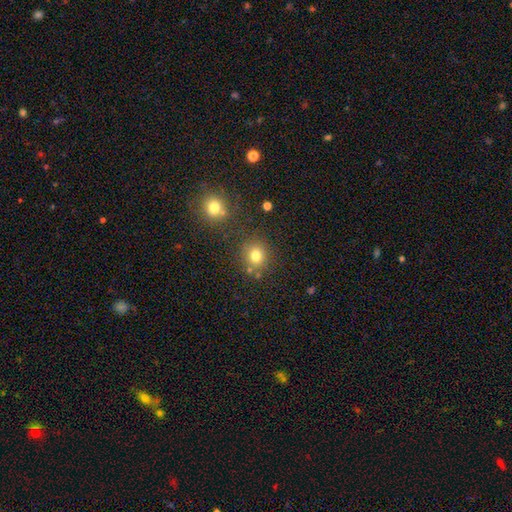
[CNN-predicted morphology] Smooth or featured?
  - smooth: 79% *
  - star or artifact: 15%
  - featured or disk: 6%
How rounded?
  - round: 86% *
  - in between: 13%
  - cigar-shaped: 1%
Merging?
  - none: 79% *
  - minor disturbance: 9%
  - merger: 8%
  - major disturbance: 3%